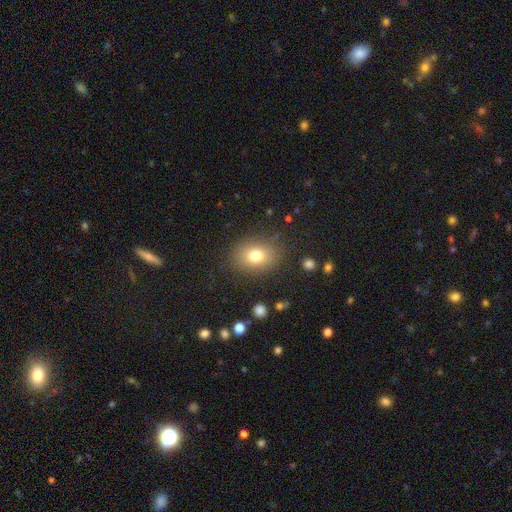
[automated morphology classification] Smooth or featured?
  - smooth: 77% *
  - featured or disk: 12%
  - star or artifact: 11%
How rounded?
  - in between: 62% *
  - round: 37%
  - cigar-shaped: 1%
Merging?
  - none: 82% *
  - minor disturbance: 11%
  - major disturbance: 5%
  - merger: 2%